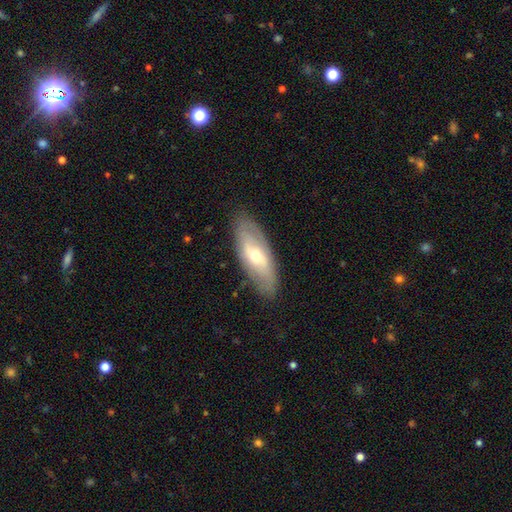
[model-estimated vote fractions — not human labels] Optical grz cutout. It shows a featured or disk galaxy (59%). Merging: none (82%).